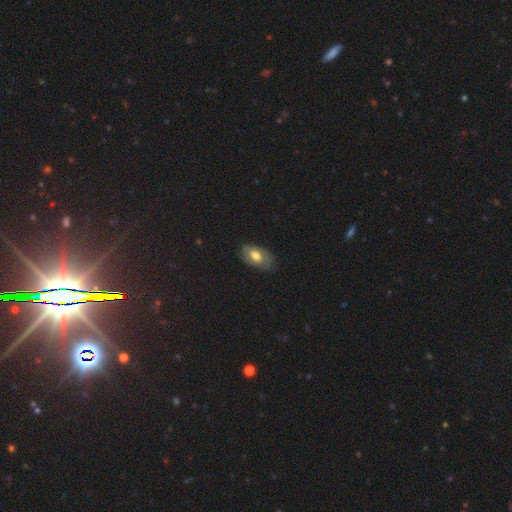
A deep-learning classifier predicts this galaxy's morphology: smooth-or-featured: smooth: 51% | featured or disk: 41% | star or artifact: 8%
  how-rounded: in between: 91% | round: 7% | cigar-shaped: 2%
  merging: none: 69% | minor disturbance: 23% | major disturbance: 7% | merger: 1%